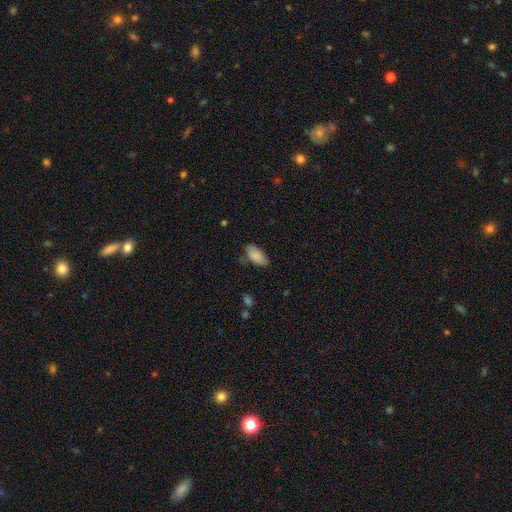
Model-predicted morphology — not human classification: Smooth or featured? smooth (86%)
How rounded? in between (93%)
Merging? none (69%)